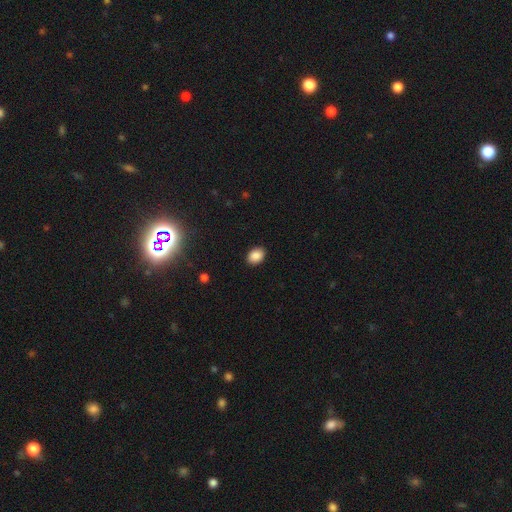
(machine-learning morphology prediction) Smooth or featured? Predicted: smooth (p=0.88). How rounded? Predicted: in between (p=0.73). Merging? Predicted: none (p=0.89).